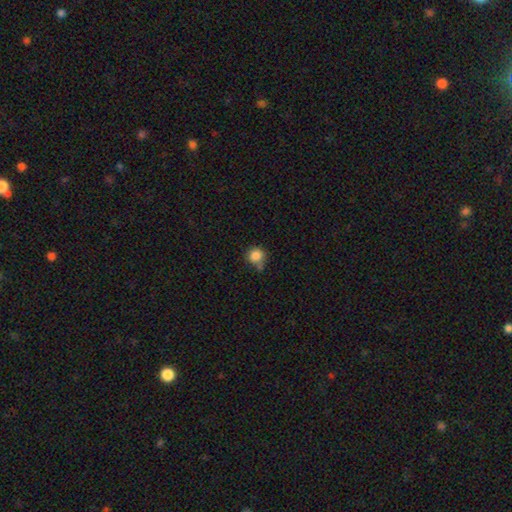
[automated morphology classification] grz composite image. It shows a smooth galaxy with no disk features (85%) that is round (86%). Merging: none (55%).